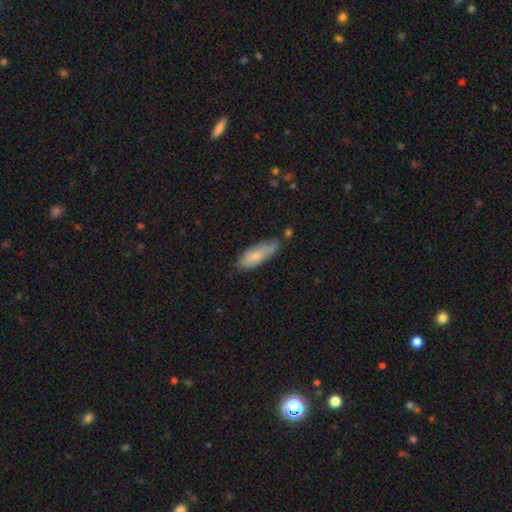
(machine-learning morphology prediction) Smooth or featured: smooth — 76% (featured or disk — 18%)
How rounded: in between — 64% (cigar-shaped — 34%)
Merging: none — 54% (minor disturbance — 34%)